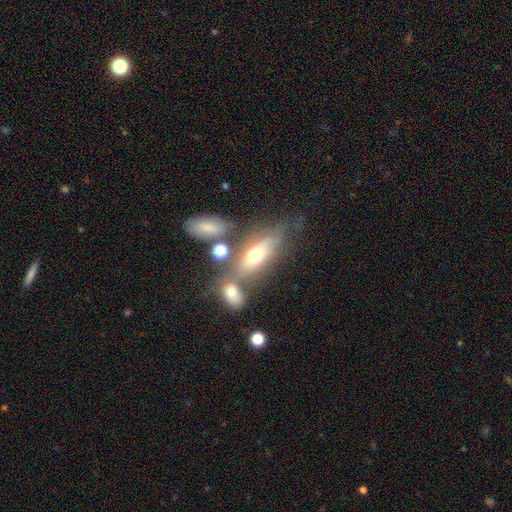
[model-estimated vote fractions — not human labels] Overall: featured or disk (44%, tied with smooth). Merging: none (45%; merger 27%).